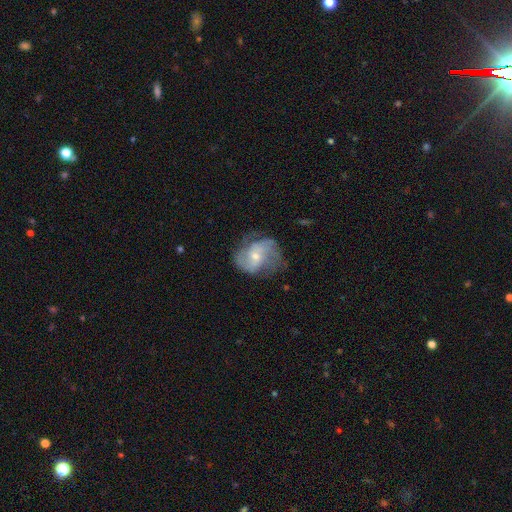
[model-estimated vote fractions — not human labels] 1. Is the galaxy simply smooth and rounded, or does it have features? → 71% featured or disk, 22% smooth, 7% star or artifact.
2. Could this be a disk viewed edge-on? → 97% no, 3% yes.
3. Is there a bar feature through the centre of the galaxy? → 52% no, 40% weak, 8% strong.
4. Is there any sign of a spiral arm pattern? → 87% yes, 13% no.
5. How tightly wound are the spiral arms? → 44% medium, 36% loose, 20% tight.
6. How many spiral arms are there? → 57% 2, 20% can't tell, 12% 3, 4% 1, 4% 4, 3% more than 4.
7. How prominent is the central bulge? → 52% small, 40% moderate, 4% none, 3% large, 1% dominant.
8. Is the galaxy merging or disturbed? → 52% none, 26% minor disturbance, 20% major disturbance, 2% merger.